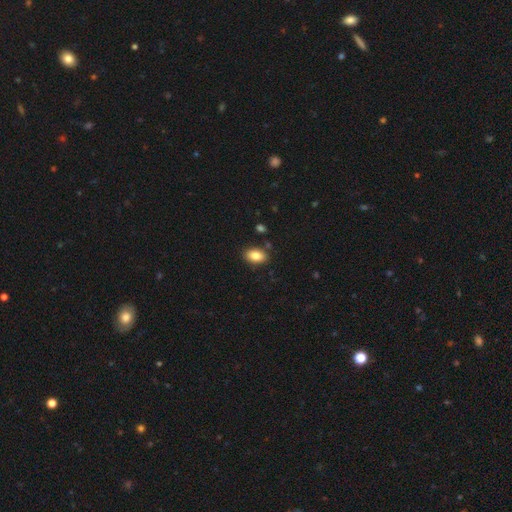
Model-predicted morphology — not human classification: This appears to be a smooth galaxy with no disk features (85%) that is in between round and cigar-shaped (89%). Merging: none (85%).